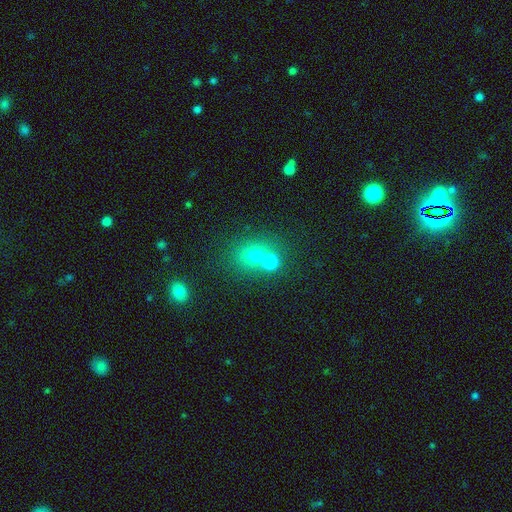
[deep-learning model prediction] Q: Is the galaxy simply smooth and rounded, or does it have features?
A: smooth — 71%.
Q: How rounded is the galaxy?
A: round — 69%.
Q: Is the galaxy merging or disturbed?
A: none — 48%.